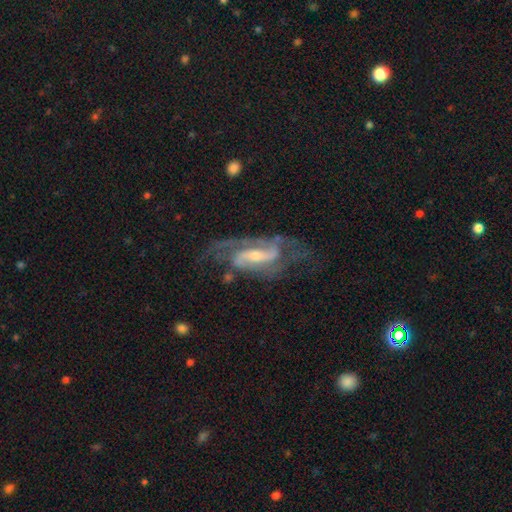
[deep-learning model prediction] Overall: featured or disk (88%). Edge-on disk: no (94%). Bar: weak (42%; strong 38%). Spiral arms: yes (96%). Spiral arm count: 2 (76%). Spiral winding: medium (52%; tight 25%). Bulge size: small (55%; moderate 39%). Merging: none (61%).